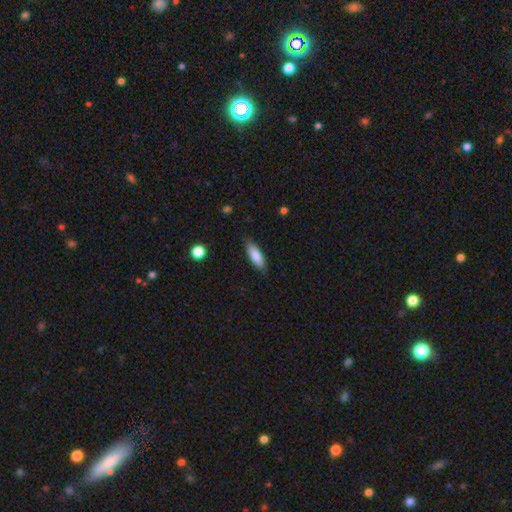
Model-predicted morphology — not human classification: Smooth or featured?
  - smooth: 83% *
  - featured or disk: 11%
  - star or artifact: 6%
How rounded?
  - in between: 50% *
  - cigar-shaped: 48%
  - round: 2%
Merging?
  - none: 84% *
  - minor disturbance: 12%
  - major disturbance: 2%
  - merger: 1%